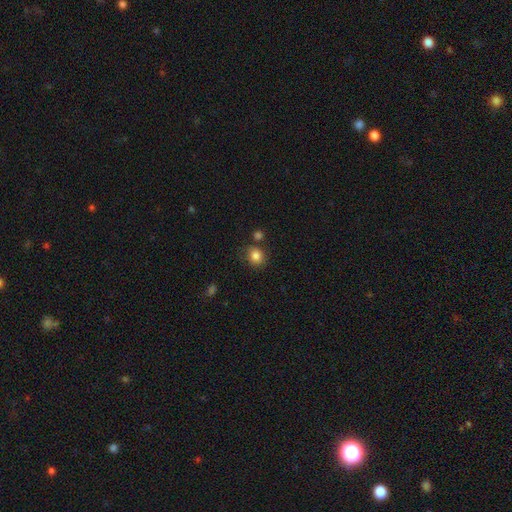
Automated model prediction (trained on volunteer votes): smooth-or-featured: smooth: 84% | star or artifact: 10% | featured or disk: 6%
  how-rounded: round: 77% | in between: 22% | cigar-shaped: 1%
  merging: none: 75% | minor disturbance: 12% | merger: 9% | major disturbance: 4%